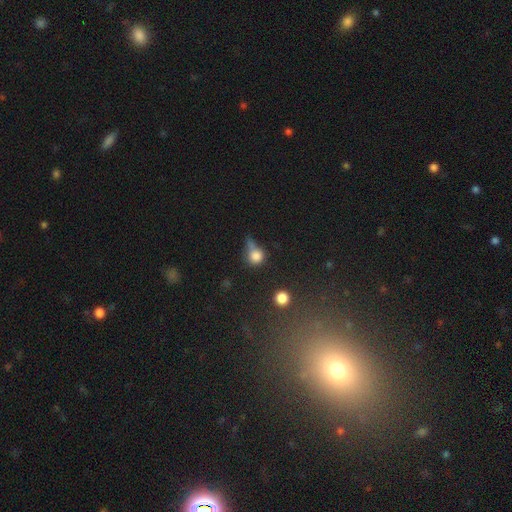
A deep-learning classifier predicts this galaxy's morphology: Overall: smooth (77%). How rounded: round (80%). Merging: none (38%; minor disturbance 27%).